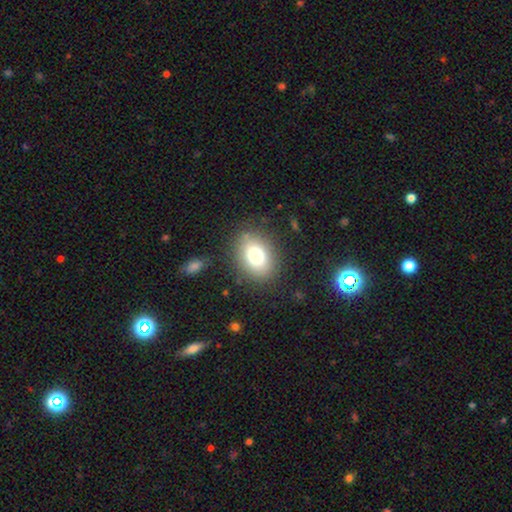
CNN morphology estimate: The model was most divided on "how rounded": in between: 65%, round: 34%, cigar-shaped: 1%. More confident: merging — none (84%); smooth or featured — smooth (79%).